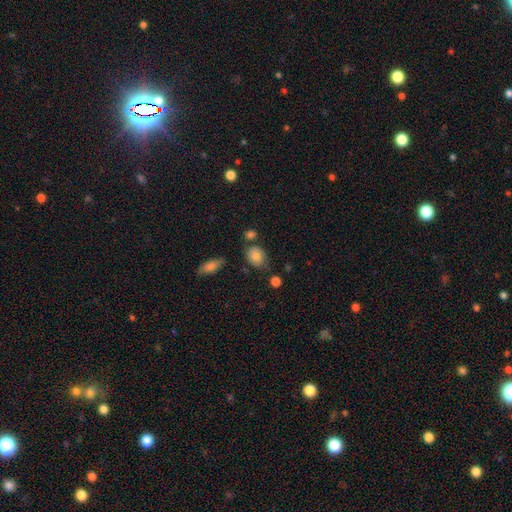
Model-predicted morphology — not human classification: Smooth or featured: smooth — 78% (featured or disk — 14%)
How rounded: in between — 66% (round — 32%)
Merging: none — 63% (minor disturbance — 23%)